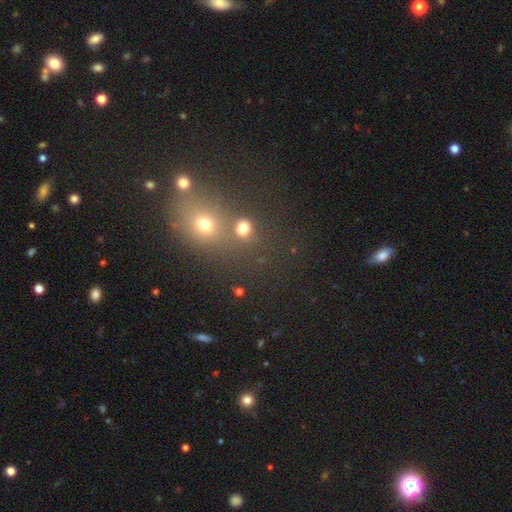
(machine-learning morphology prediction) smooth_or_featured: smooth (p=0.45) [alt: star or artifact p=0.44]
merging: none (p=0.53) [alt: merger p=0.31]